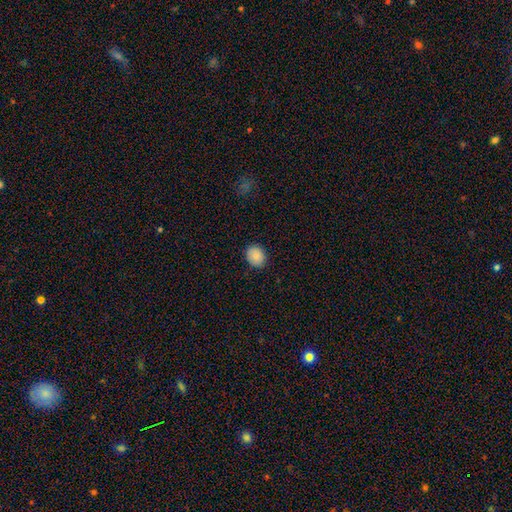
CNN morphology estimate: Q: Smooth or featured?
A: smooth (88%); runner-up: star or artifact (8%)
Q: How rounded?
A: round (54%); runner-up: in between (45%)
Q: Merging?
A: none (87%); runner-up: minor disturbance (10%)